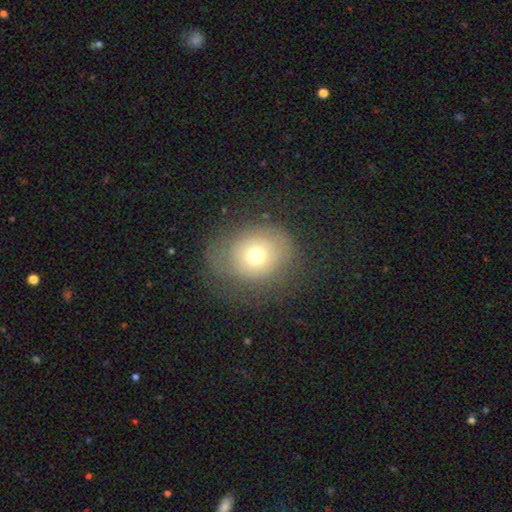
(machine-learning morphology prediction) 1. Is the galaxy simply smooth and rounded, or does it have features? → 63% smooth, 25% featured or disk, 13% star or artifact.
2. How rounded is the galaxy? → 69% round, 30% in between, 1% cigar-shaped.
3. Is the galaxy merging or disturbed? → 61% none, 21% minor disturbance, 16% major disturbance, 1% merger.